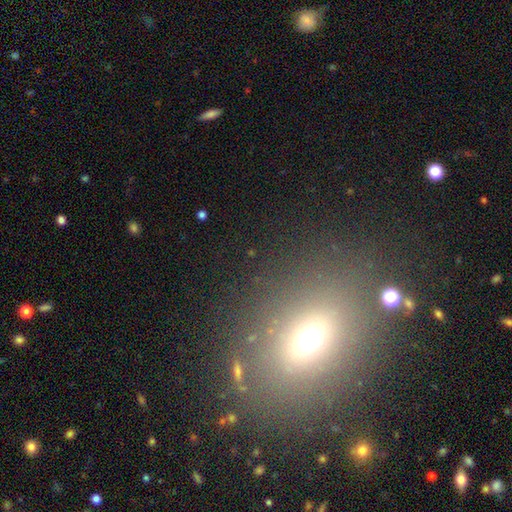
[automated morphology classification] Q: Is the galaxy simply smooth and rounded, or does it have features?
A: smooth — 54%.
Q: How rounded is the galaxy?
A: in between — 68%.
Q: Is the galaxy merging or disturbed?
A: none — 82%.